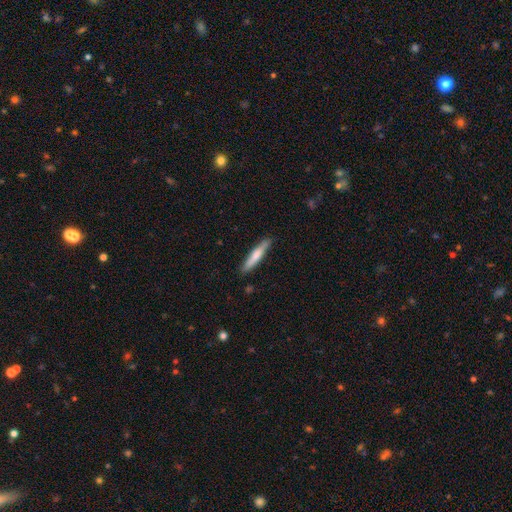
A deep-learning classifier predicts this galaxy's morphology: type=smooth (65%); roundness=cigar-shaped (90%); merging=none (87%).